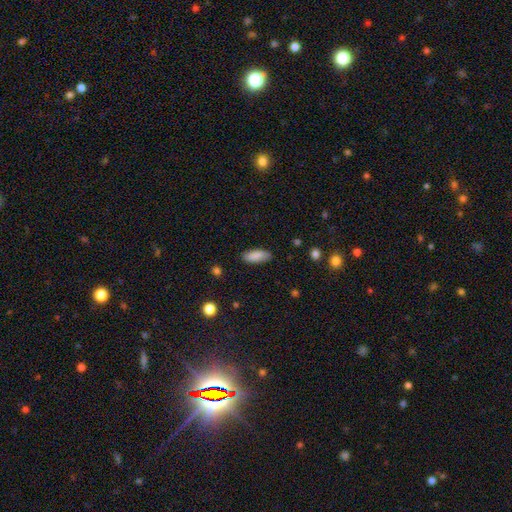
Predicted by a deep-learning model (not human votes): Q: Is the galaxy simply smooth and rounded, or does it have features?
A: smooth — 85%.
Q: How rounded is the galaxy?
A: in between — 79%.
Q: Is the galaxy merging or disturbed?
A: none — 85%.